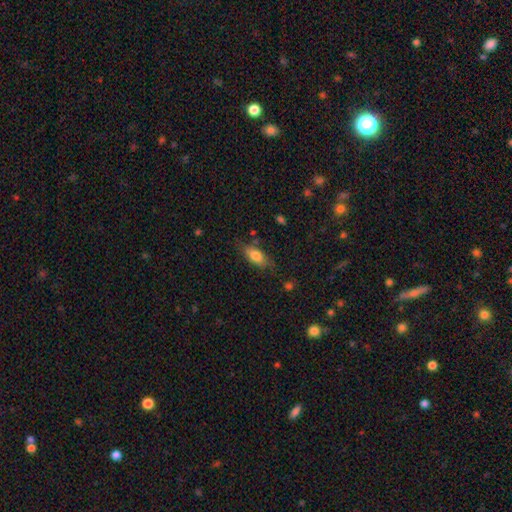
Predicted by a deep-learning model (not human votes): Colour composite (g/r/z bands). It shows a smooth galaxy with no disk features (75%) that is in between round and cigar-shaped (79%). Merging: none (72%).